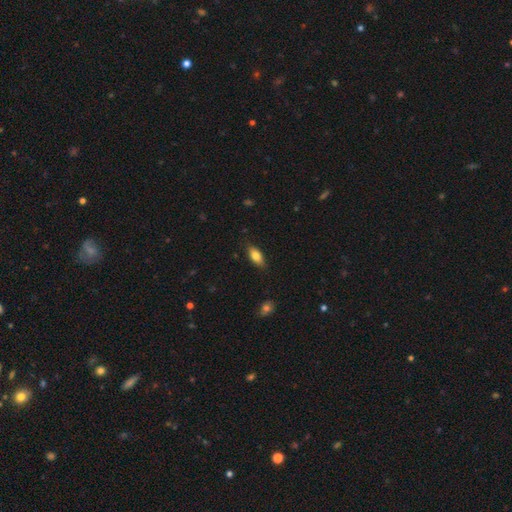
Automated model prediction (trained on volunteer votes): This is likely a smooth galaxy (78%). How rounded: clearly in between (85%). Merging: clearly none (83%).